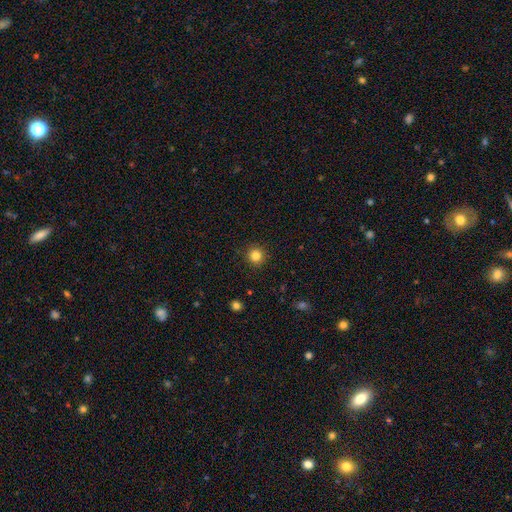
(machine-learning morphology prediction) The model was most divided on "smooth or featured": smooth: 84%, star or artifact: 12%, featured or disk: 5%. More confident: how rounded — round (95%); merging — none (92%).